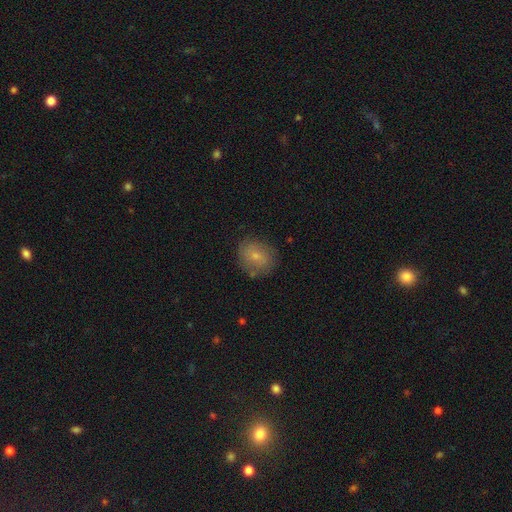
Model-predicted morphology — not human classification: Overall: smooth (71%). How rounded: round (68%; in between 31%). Merging: none (76%).